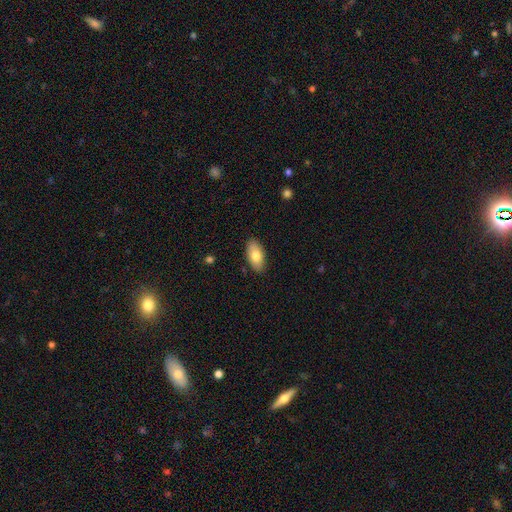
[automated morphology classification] The model was most divided on "smooth or featured": smooth: 76%, featured or disk: 17%, star or artifact: 6%. More confident: how rounded — in between (92%); merging — none (87%).